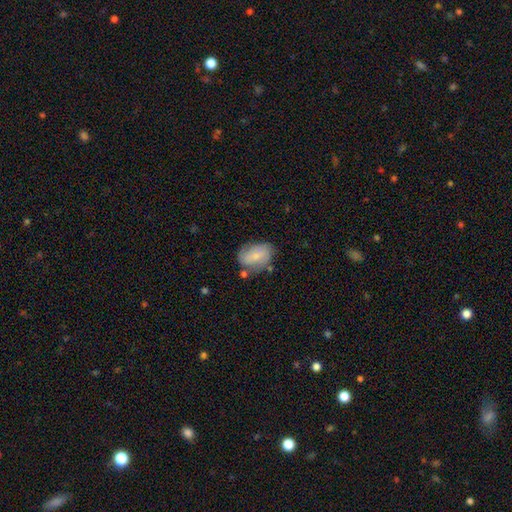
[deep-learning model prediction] This is likely a smooth galaxy (62%). How rounded: clearly in between (81%). Merging: possibly none (59%).